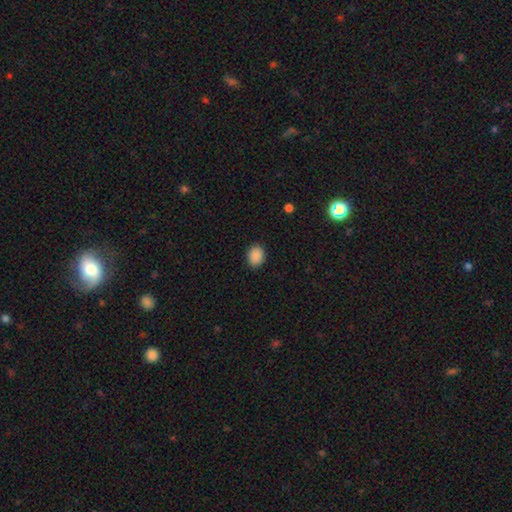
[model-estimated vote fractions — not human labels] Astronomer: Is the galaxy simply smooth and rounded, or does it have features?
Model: smooth — 89%.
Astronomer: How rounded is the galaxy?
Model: in between — 55% (runner-up: round, 44%).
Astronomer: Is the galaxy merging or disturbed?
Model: none — 88%.